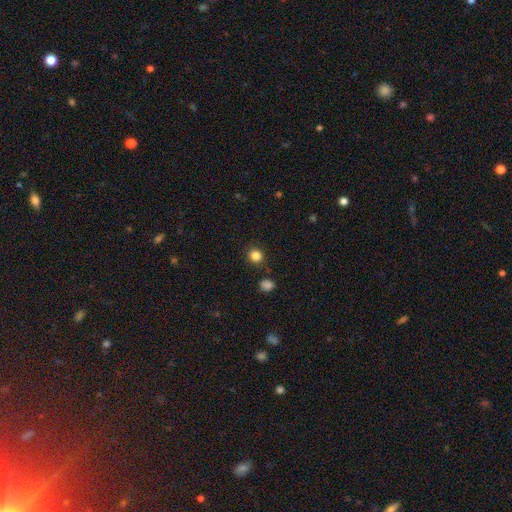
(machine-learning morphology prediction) smooth_or_featured: smooth (p=0.84) [alt: star or artifact p=0.12]
how_rounded: round (p=0.86) [alt: in between p=0.13]
merging: none (p=0.88) [alt: minor disturbance p=0.07]